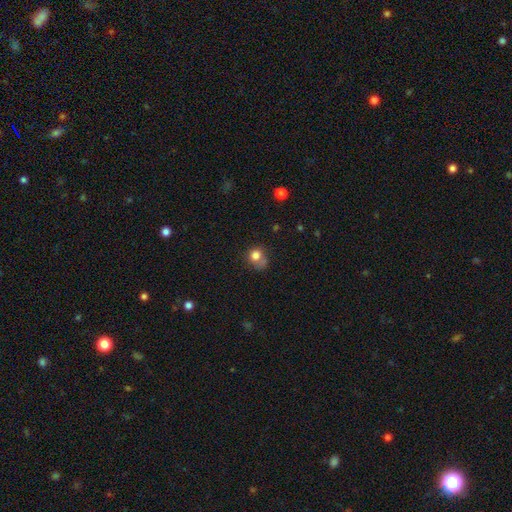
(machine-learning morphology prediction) Smooth or featured? smooth (79%)
How rounded? round (75%)
Merging? none (47%)